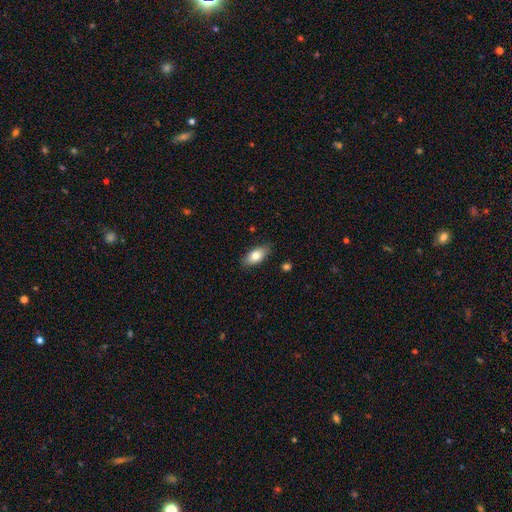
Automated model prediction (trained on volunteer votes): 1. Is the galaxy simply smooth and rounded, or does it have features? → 79% smooth, 15% featured or disk, 7% star or artifact.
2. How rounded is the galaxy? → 89% in between, 8% cigar-shaped, 4% round.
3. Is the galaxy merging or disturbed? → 85% none, 11% minor disturbance, 2% major disturbance, 1% merger.